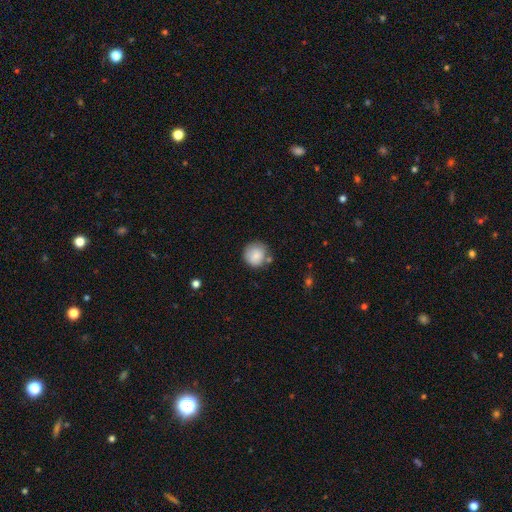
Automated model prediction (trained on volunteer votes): smooth 82%, featured or disk 10%, star or artifact 8%. Down the decision tree: how rounded — round (91%); merging — none (66%).